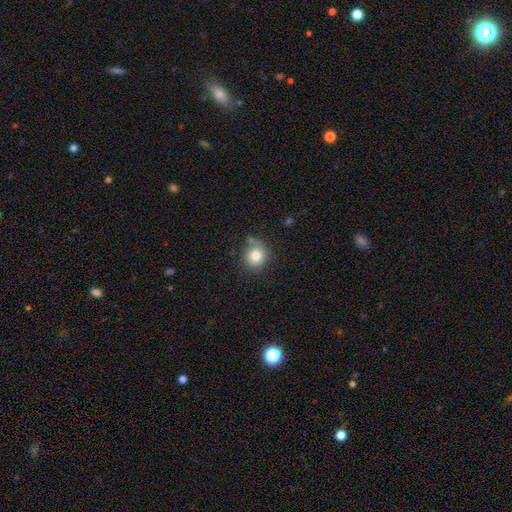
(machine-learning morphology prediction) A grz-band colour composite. It shows a smooth galaxy with no disk features (81%) that is round (81%). Merging: none (70%).